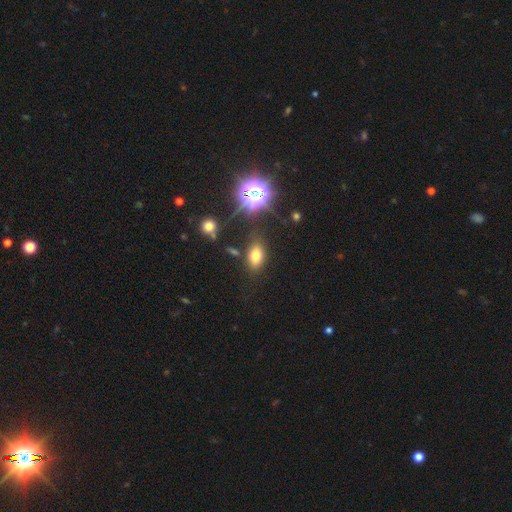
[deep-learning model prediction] Overall: smooth (68%). How rounded: in between (84%). Merging: none (80%).